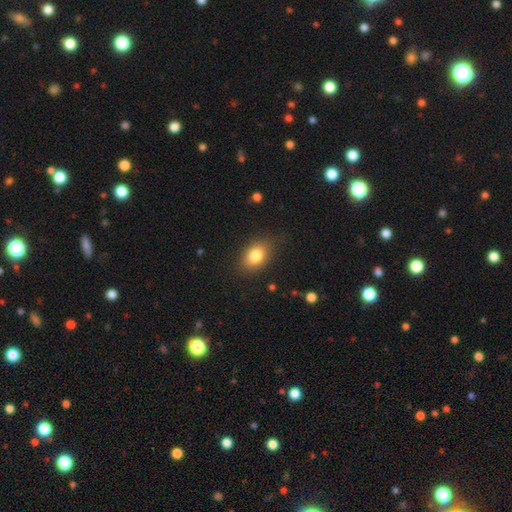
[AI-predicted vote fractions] Q: Smooth or featured?
A: smooth (82%); runner-up: featured or disk (9%)
Q: How rounded?
A: in between (79%); runner-up: round (19%)
Q: Merging?
A: none (80%); runner-up: minor disturbance (15%)